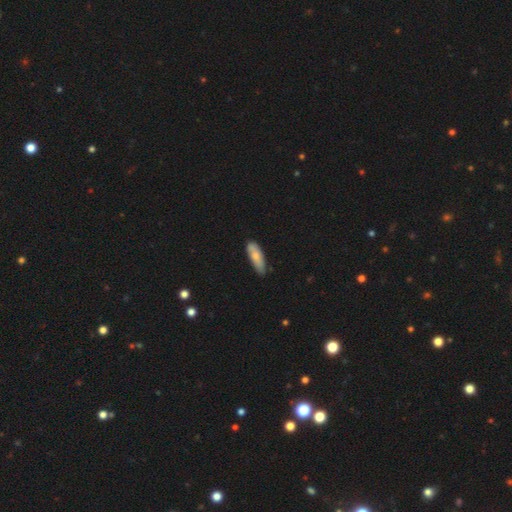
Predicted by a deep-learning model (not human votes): smooth_or_featured: smooth (p=0.73) [alt: featured or disk p=0.21]
how_rounded: in between (p=0.55) [alt: cigar-shaped p=0.43]
merging: none (p=0.68) [alt: minor disturbance p=0.26]